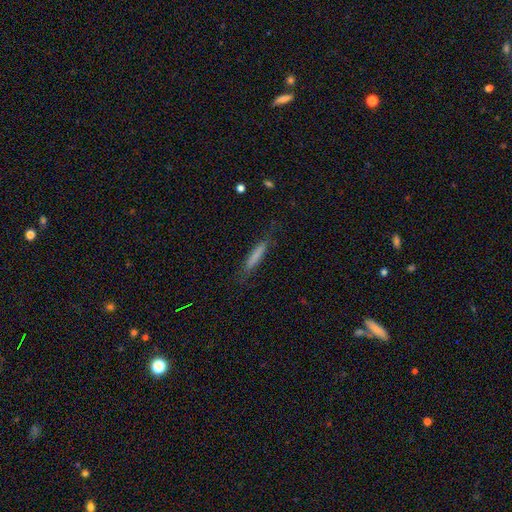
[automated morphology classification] Smooth or featured: smooth — 73% (featured or disk — 20%)
How rounded: cigar-shaped — 91% (in between — 7%)
Merging: none — 79% (minor disturbance — 16%)